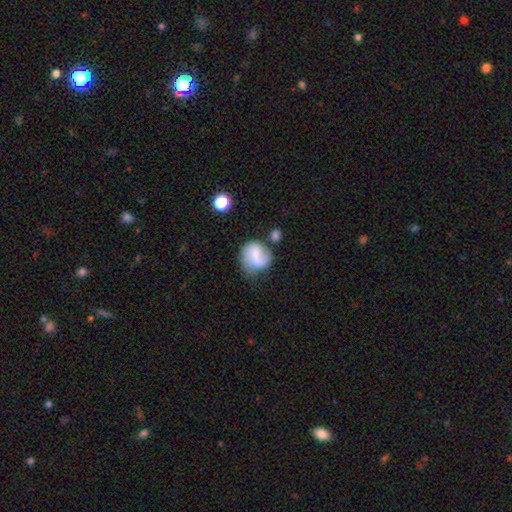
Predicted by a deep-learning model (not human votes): Smooth or featured? featured or disk (51%)
Edge-on disk? no (97%)
Merging? none (52%)